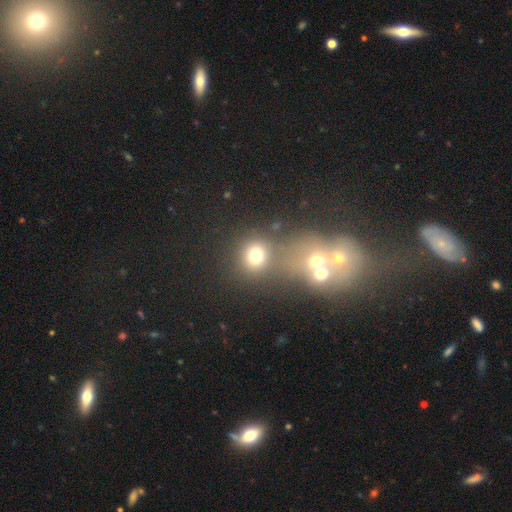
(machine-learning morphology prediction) Smooth or featured: smooth — 73% (star or artifact — 18%)
How rounded: round — 81% (in between — 18%)
Merging: none — 58% (merger — 28%)